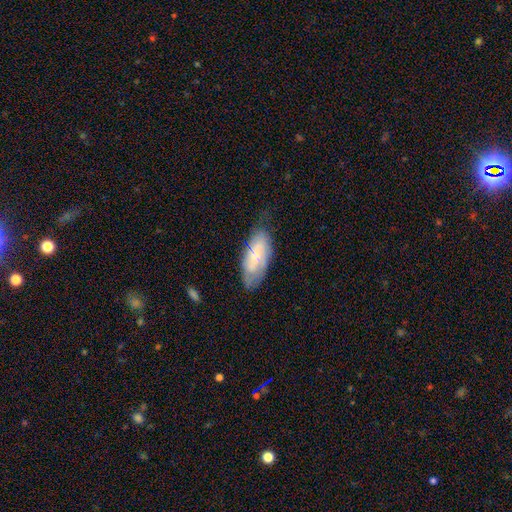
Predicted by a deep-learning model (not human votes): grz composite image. It shows a smooth galaxy with no disk features (47%). Merging: none (62%).